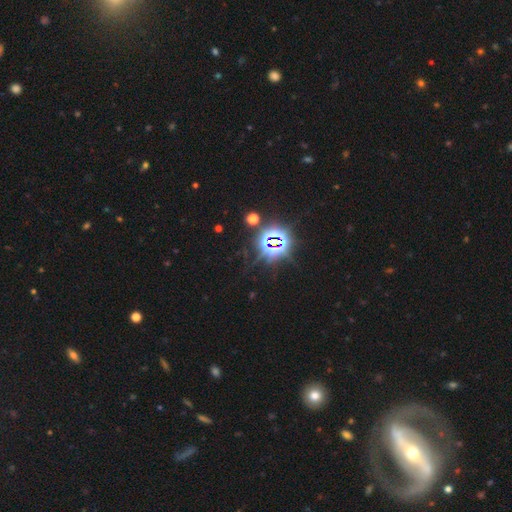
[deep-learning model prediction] Morphology: type=star or artifact (79%).